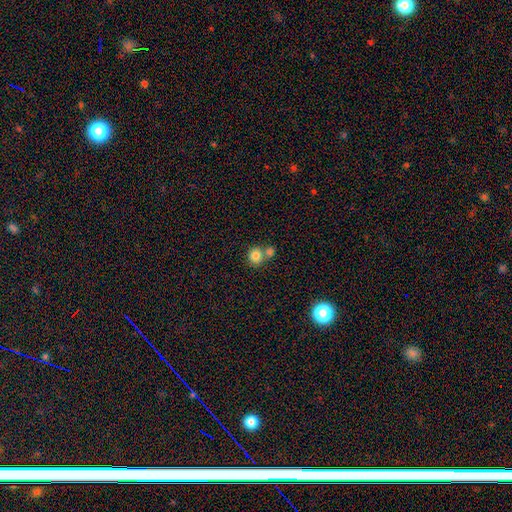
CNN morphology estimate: Smooth or featured?
  - smooth: 82% *
  - star or artifact: 10%
  - featured or disk: 8%
How rounded?
  - round: 89% *
  - in between: 10%
  - cigar-shaped: 1%
Merging?
  - none: 50% *
  - merger: 41%
  - minor disturbance: 7%
  - major disturbance: 3%